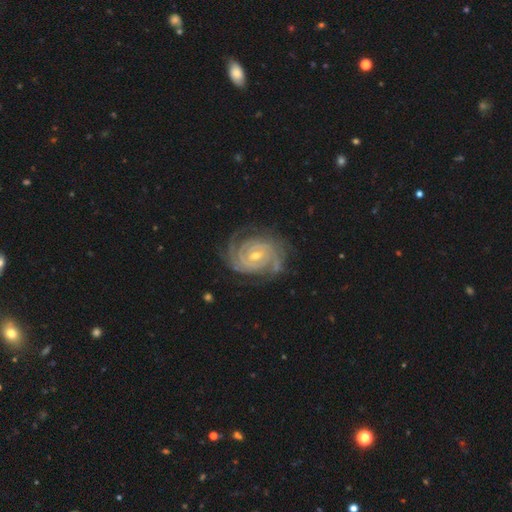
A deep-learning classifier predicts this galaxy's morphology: Smooth or featured?
  - featured or disk: 91% *
  - star or artifact: 5%
  - smooth: 4%
Edge-on disk?
  - no: 98% *
  - yes: 2%
Bar?
  - weak: 42% * (tied)
  - no: 42% * (tied)
  - strong: 16%
Spiral arms?
  - yes: 98% *
  - no: 2%
Spiral winding?
  - tight: 78% *
  - medium: 19%
  - loose: 3%
Spiral arm count?
  - 2: 36% *
  - 3: 24%
  - can't tell: 16%
  - 4: 12%
  - more than 4: 6%
  - 1: 6%
Bulge size?
  - small: 55% *
  - moderate: 42%
  - large: 1%
  - none: 1%
  - dominant: 1%
Merging?
  - none: 77% *
  - minor disturbance: 16%
  - major disturbance: 6%
  - merger: 1%